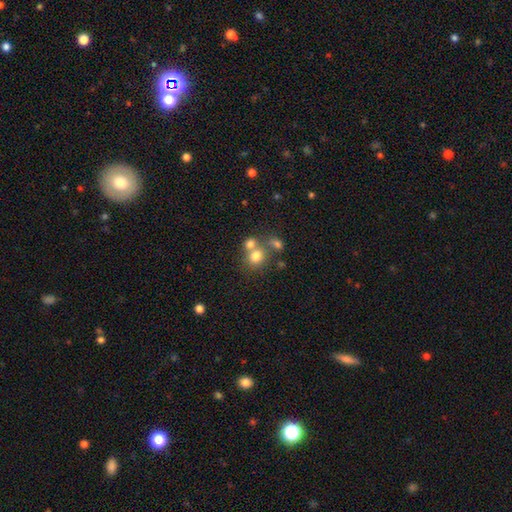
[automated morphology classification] A smooth galaxy with no disk features (74%) that is round (74%).

Vote fractions:
- Smooth or featured? smooth: 74% / star or artifact: 13% / featured or disk: 12%
- How rounded? round: 74% / in between: 25% / cigar-shaped: 1%
- Merging? none: 44% / merger: 43% / minor disturbance: 8% / major disturbance: 4%